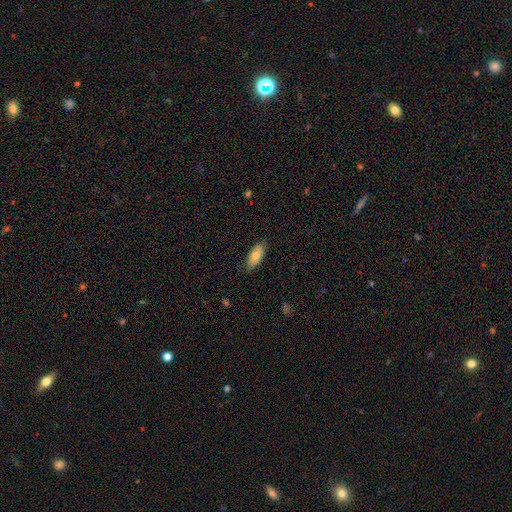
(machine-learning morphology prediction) A smooth galaxy with no disk features (74%) that is in between round and cigar-shaped (83%).

Vote fractions:
- Smooth or featured? smooth: 74% / featured or disk: 20% / star or artifact: 6%
- How rounded? in between: 83% / cigar-shaped: 14% / round: 2%
- Merging? none: 82% / minor disturbance: 15% / major disturbance: 2% / merger: 1%